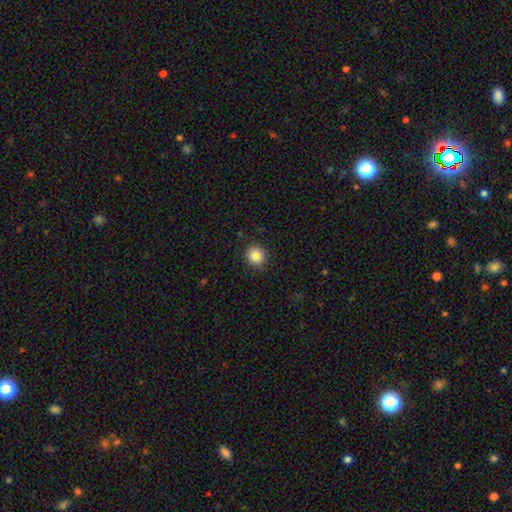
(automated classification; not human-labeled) Smooth or featured: smooth — 85% (star or artifact — 10%)
How rounded: round — 90% (in between — 9%)
Merging: none — 91% (minor disturbance — 6%)